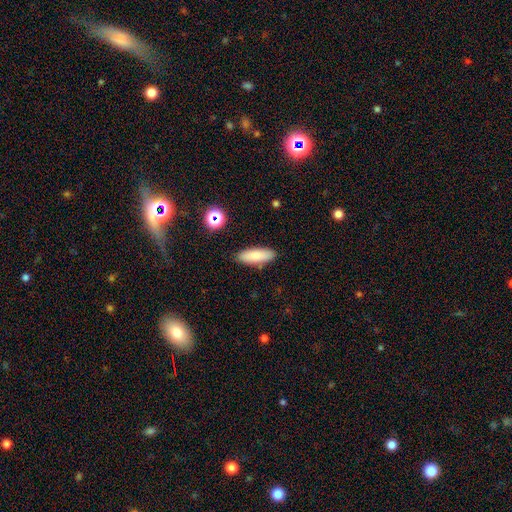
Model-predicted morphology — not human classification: A smooth galaxy with no disk features (81%) that is in between round and cigar-shaped (60%).

Vote fractions:
- Smooth or featured? smooth: 81% / featured or disk: 11% / star or artifact: 8%
- How rounded? in between: 60% / cigar-shaped: 38% / round: 2%
- Merging? none: 86% / minor disturbance: 10% / merger: 2% / major disturbance: 2%